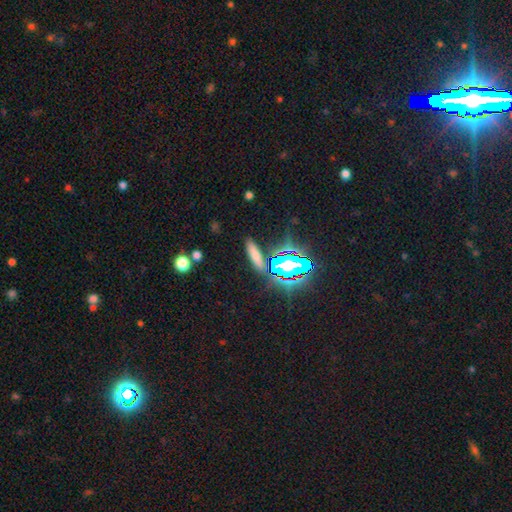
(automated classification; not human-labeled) smooth_or_featured: smooth (p=0.61) [alt: star or artifact p=0.25]
how_rounded: cigar-shaped (p=0.71) [alt: in between p=0.24]
merging: none (p=0.84) [alt: minor disturbance p=0.09]